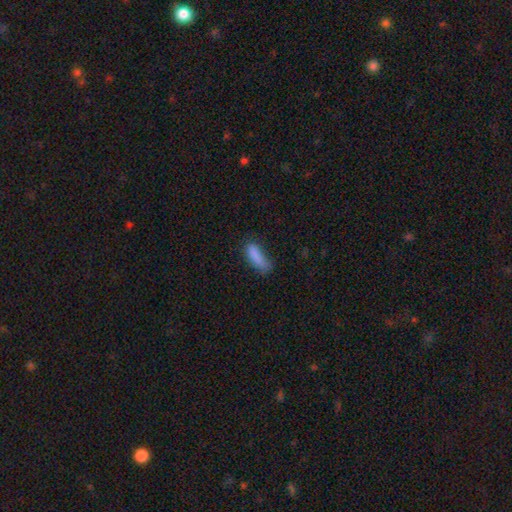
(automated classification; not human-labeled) smooth_or_featured: smooth (p=0.83) [alt: star or artifact p=0.09]
how_rounded: in between (p=0.54) [alt: cigar-shaped p=0.43]
merging: none (p=0.48) [alt: minor disturbance p=0.33]